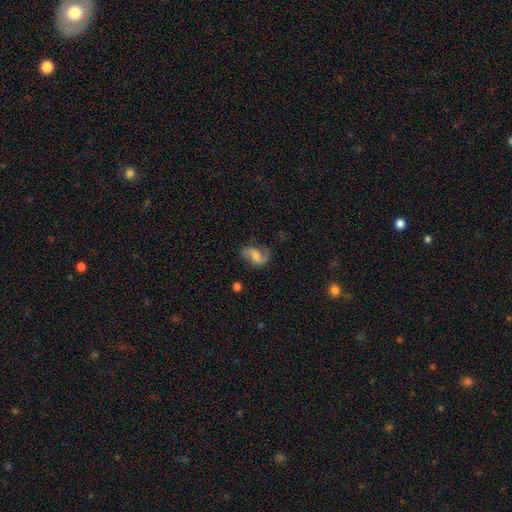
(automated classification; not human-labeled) smooth_or_featured: featured or disk (p=0.66) [alt: smooth p=0.26]
disk_edge_on: no (p=0.97) [alt: yes p=0.03]
bar: weak (p=0.46) [alt: no p=0.39]
has_spiral_arms: yes (p=0.92) [alt: no p=0.08]
spiral_winding: loose (p=0.57) [alt: medium p=0.34]
spiral_arm_count: 2 (p=0.86) [alt: 1 p=0.07]
bulge_size: moderate (p=0.39) [alt: small p=0.23]
merging: none (p=0.67) [alt: minor disturbance p=0.20]